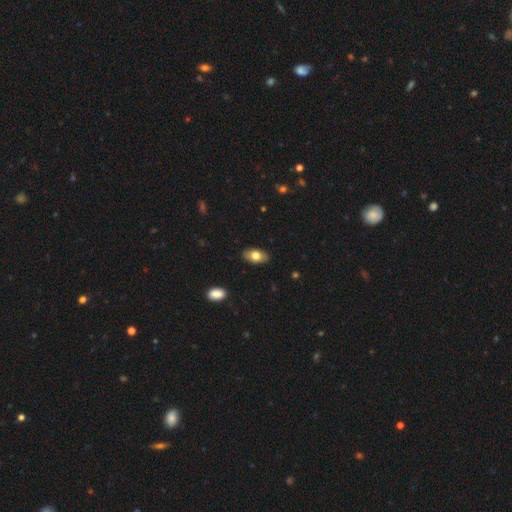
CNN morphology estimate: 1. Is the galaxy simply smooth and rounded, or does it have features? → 77% smooth, 16% featured or disk, 7% star or artifact.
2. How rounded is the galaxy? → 92% in between, 5% round, 3% cigar-shaped.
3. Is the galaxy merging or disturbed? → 88% none, 9% minor disturbance, 2% major disturbance, 1% merger.